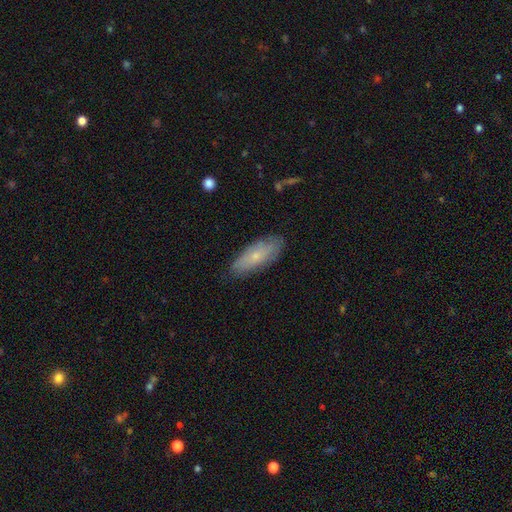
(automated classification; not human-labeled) Smooth or featured: smooth — 60% (featured or disk — 33%)
How rounded: in between — 73% (cigar-shaped — 24%)
Merging: none — 79% (minor disturbance — 16%)